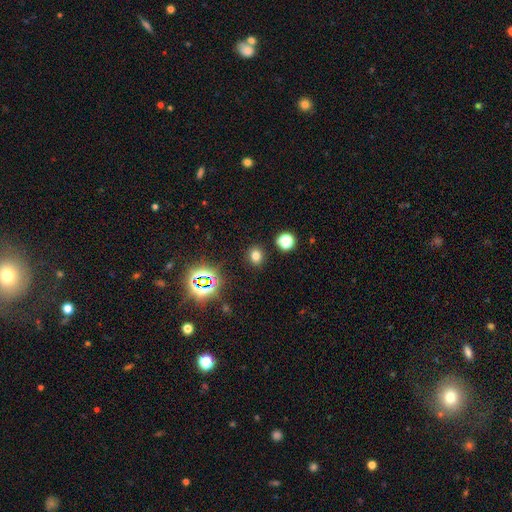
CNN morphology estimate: Smooth or featured? smooth (71%)
How rounded? round (64%)
Merging? none (87%)